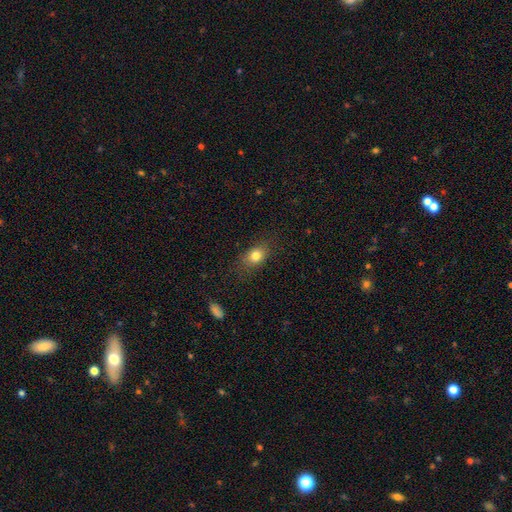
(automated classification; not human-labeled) Smooth or featured: smooth — 79% (star or artifact — 11%)
How rounded: in between — 63% (round — 34%)
Merging: none — 78% (minor disturbance — 15%)